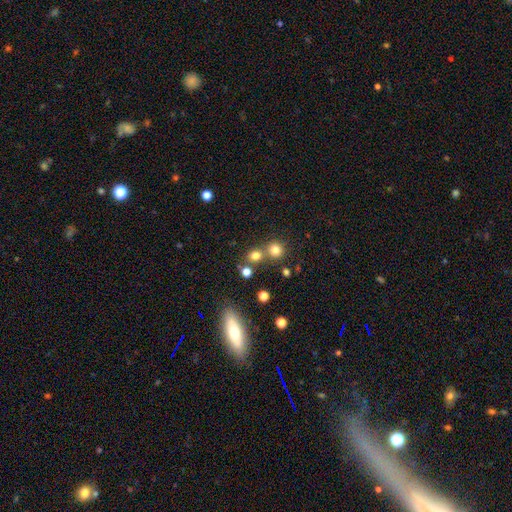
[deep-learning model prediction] Overall: smooth (74%). How rounded: round (78%). Merging: none (58%; merger 31%).